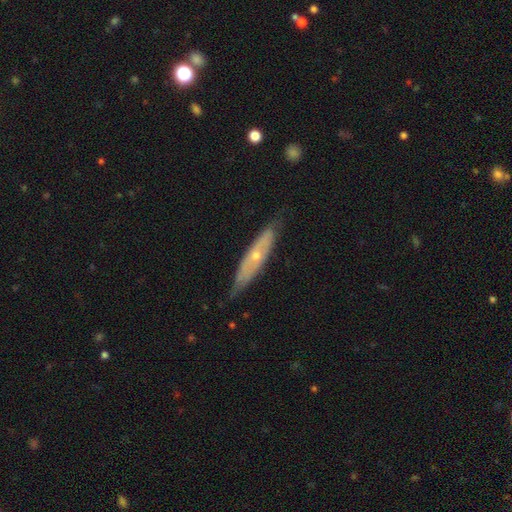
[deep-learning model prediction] Smooth or featured? Predicted: featured or disk (p=0.63). Edge-on disk? Predicted: yes (p=0.55). Merging? Predicted: none (p=0.73).